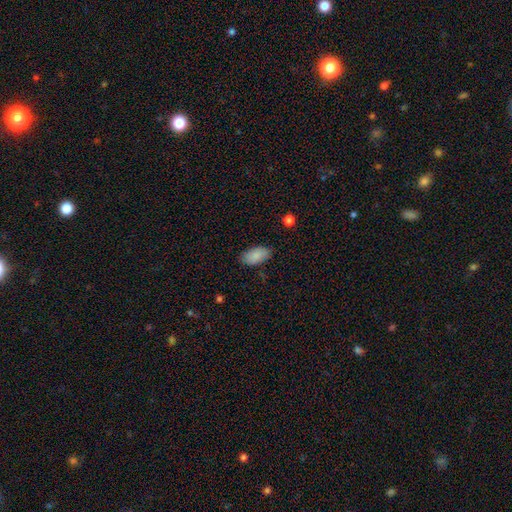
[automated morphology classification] Smooth or featured? Predicted: smooth (p=0.88). How rounded? Predicted: in between (p=0.94). Merging? Predicted: none (p=0.82).